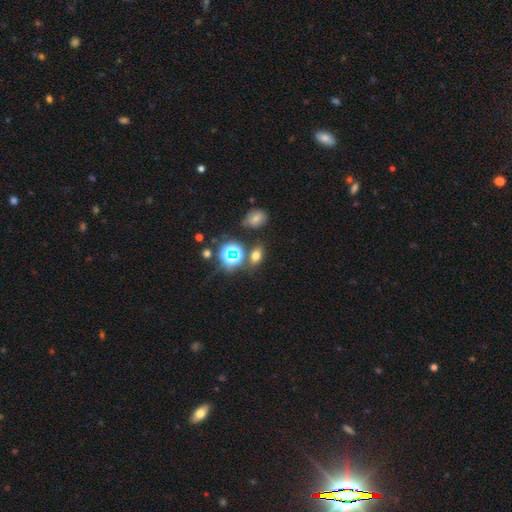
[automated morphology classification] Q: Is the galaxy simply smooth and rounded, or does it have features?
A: smooth — 61%.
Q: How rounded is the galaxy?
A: in between — 73%.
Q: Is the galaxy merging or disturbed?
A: none — 78%.